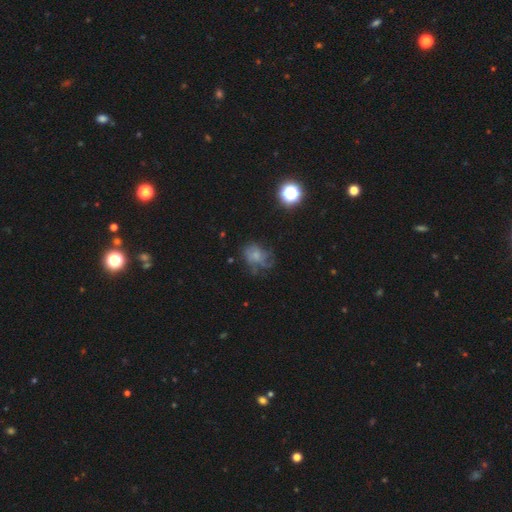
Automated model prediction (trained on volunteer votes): smooth 46%, featured or disk 37%, star or artifact 17%. Down the decision tree: merging — none (45%).